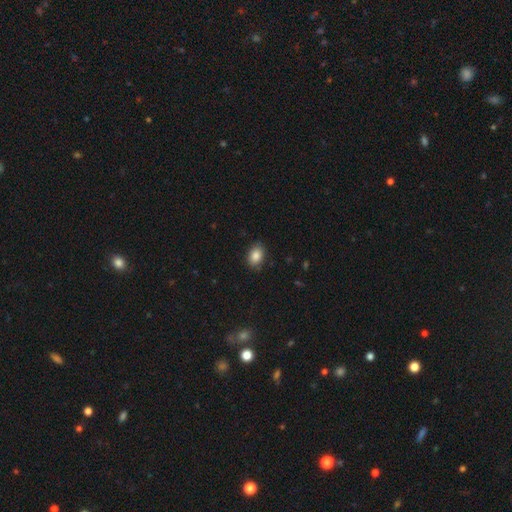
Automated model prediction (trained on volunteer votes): This is clearly a smooth galaxy (87%). How rounded: likely in between (78%). Merging: clearly none (85%).